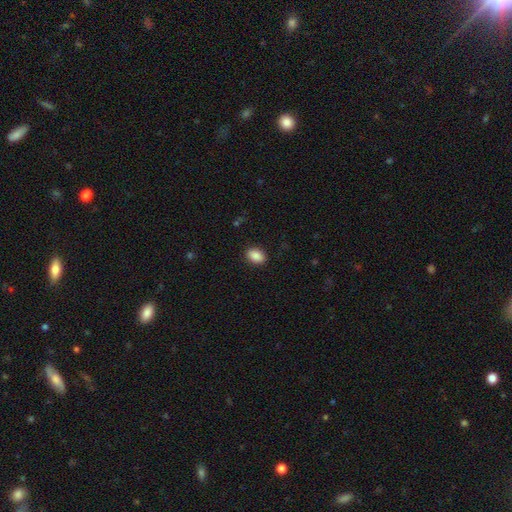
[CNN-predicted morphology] Smooth or featured? smooth (89%)
How rounded? in between (80%)
Merging? none (89%)